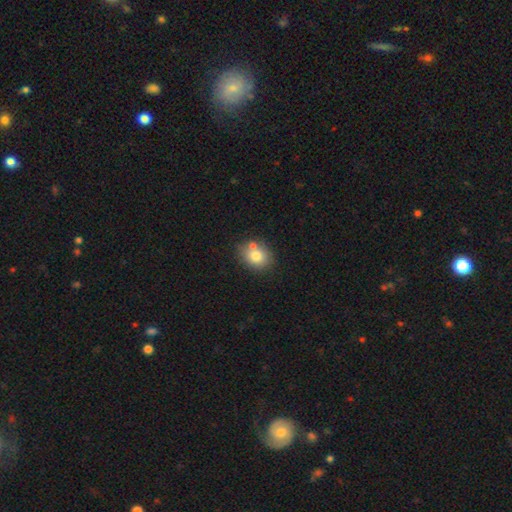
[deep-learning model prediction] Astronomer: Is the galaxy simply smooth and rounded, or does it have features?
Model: smooth — 77%.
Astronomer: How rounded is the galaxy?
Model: round — 56% (runner-up: in between, 43%).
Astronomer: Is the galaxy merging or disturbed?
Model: none — 64%.